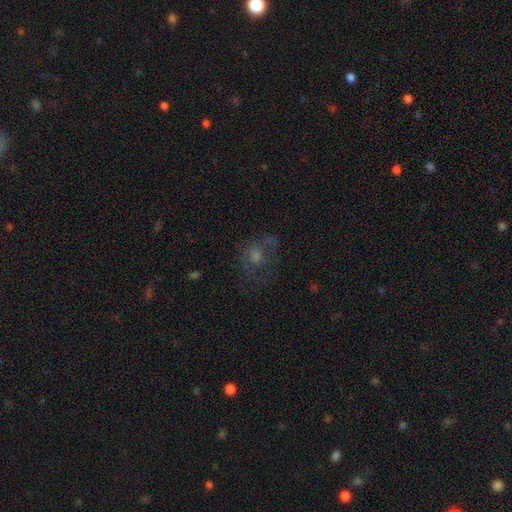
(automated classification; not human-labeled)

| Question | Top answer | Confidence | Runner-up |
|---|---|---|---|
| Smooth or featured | smooth | 39% | featured or disk (38%) |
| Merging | none | 55% | major disturbance (24%) |